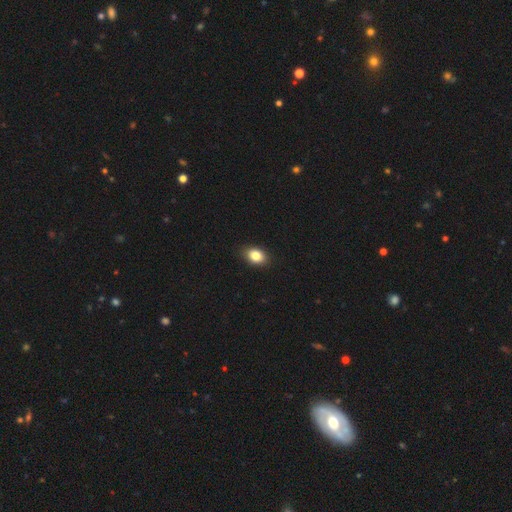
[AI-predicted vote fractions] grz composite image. It shows a smooth galaxy with no disk features (84%) that is in between round and cigar-shaped (80%). Merging: none (88%).